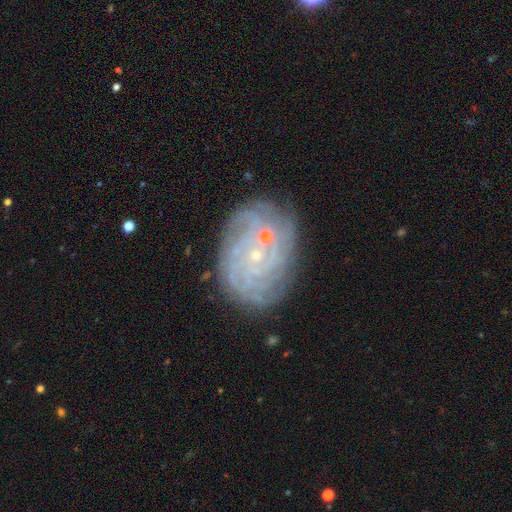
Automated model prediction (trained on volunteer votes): Smooth or featured? featured or disk (81%)
Edge-on disk? no (97%)
Bar? no (72%)
Spiral arms? yes (96%)
Spiral winding? tight (83%)
Spiral arm count? more than 4 (28%)
Bulge size? small (83%)
Merging? none (77%)